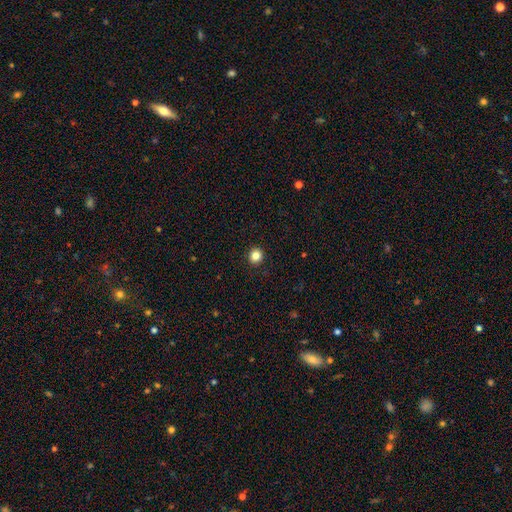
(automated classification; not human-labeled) Q: Smooth or featured?
A: smooth (84%); runner-up: star or artifact (12%)
Q: How rounded?
A: round (92%); runner-up: in between (8%)
Q: Merging?
A: none (93%); runner-up: minor disturbance (4%)